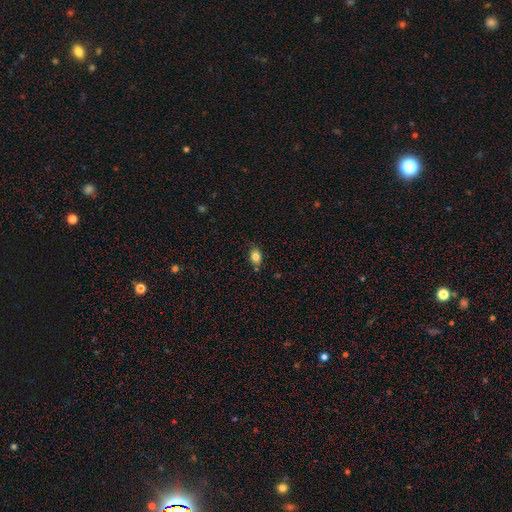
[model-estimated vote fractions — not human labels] Q: Smooth or featured?
A: smooth (82%); runner-up: star or artifact (10%)
Q: How rounded?
A: in between (73%); runner-up: round (26%)
Q: Merging?
A: none (78%); runner-up: minor disturbance (16%)